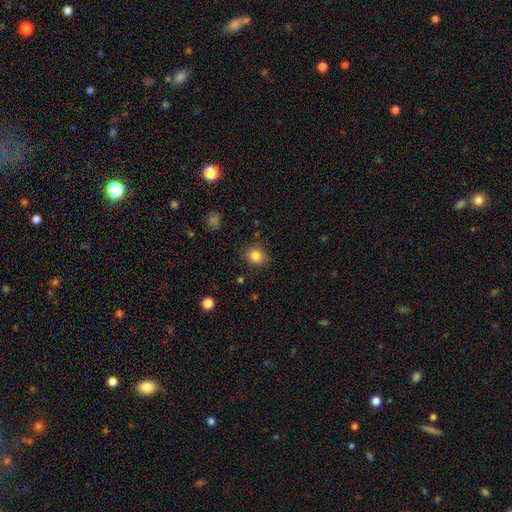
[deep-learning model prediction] This is clearly a smooth galaxy (84%). How rounded: likely round (72%). Merging: clearly none (86%).